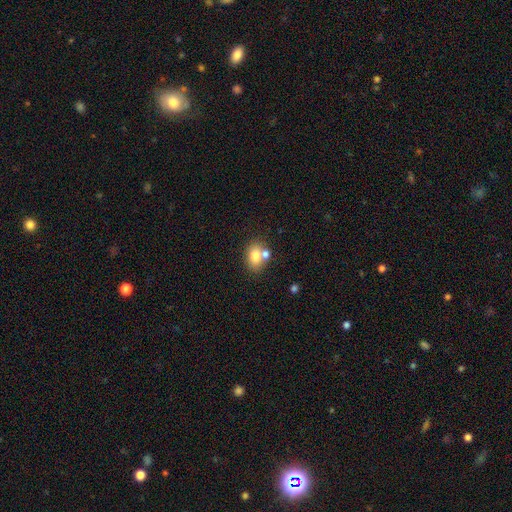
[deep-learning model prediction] Smooth or featured: smooth — 77% (featured or disk — 13%)
How rounded: in between — 70% (round — 29%)
Merging: none — 57% (merger — 27%)